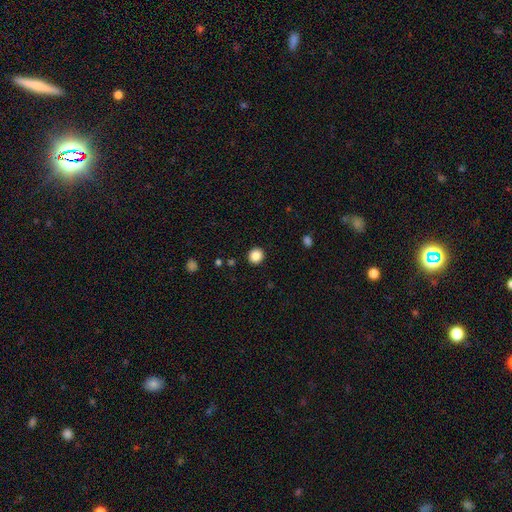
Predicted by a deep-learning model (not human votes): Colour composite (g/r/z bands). It shows a smooth galaxy with no disk features (86%) that is round (90%). Merging: none (92%).